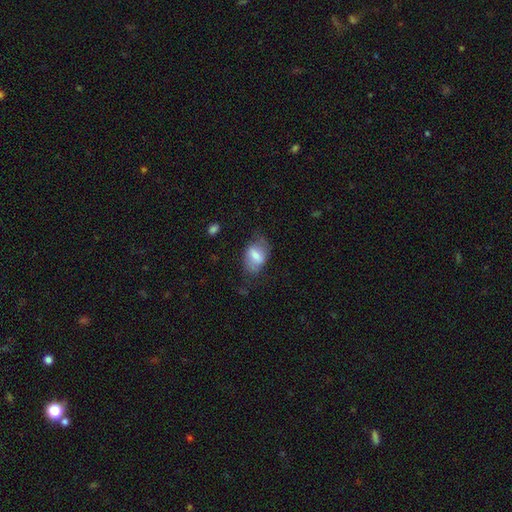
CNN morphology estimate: Smooth or featured? smooth (60%)
How rounded? in between (84%)
Merging? none (56%)